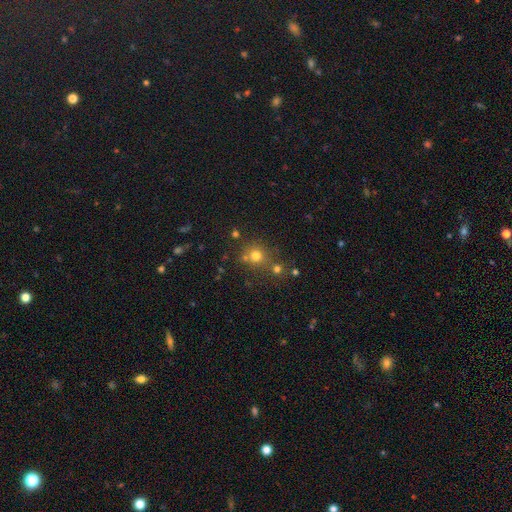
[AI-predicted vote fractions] Smooth or featured? smooth (71%)
How rounded? round (88%)
Merging? none (65%)